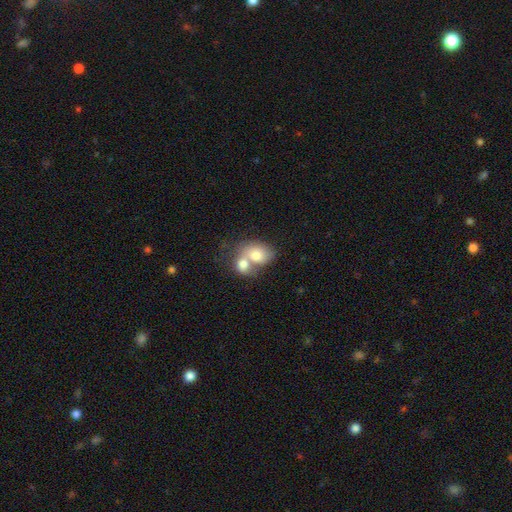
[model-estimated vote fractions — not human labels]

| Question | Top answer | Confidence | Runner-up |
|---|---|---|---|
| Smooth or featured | smooth | 72% | featured or disk (21%) |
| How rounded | in between | 61% | round (38%) |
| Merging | merger | 73% | none (17%) |